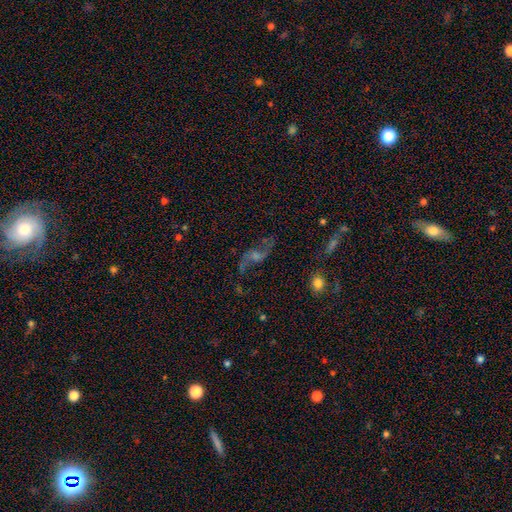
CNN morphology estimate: This is likely a featured or disk galaxy (74%). It is clearly not viewed edge-on (92%). Bar: possibly no (52%). Spiral arm pattern: clearly yes (90%). Spiral arm count: clearly 2 (91%). Spiral winding: clearly loose (84%). Central bulge: marginally small (37%). Merging: likely none (66%).